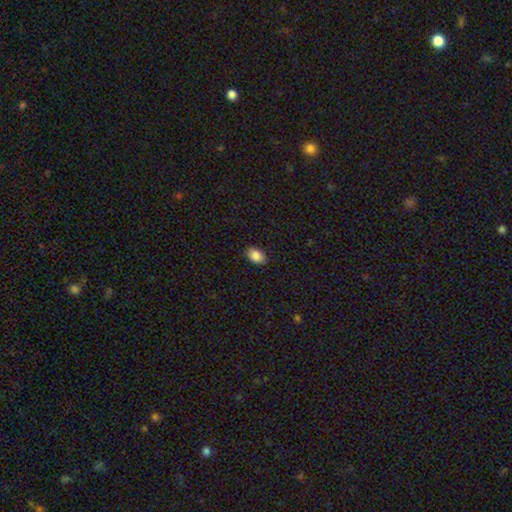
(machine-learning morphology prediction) Smooth or featured? smooth (88%)
How rounded? in between (84%)
Merging? none (87%)